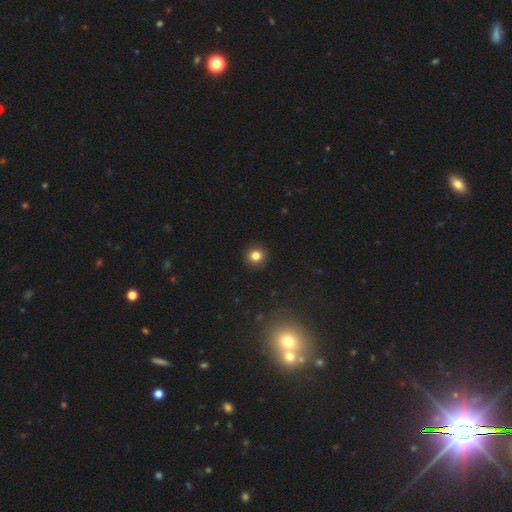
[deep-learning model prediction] Morphology: type=smooth (83%); roundness=round (90%); merging=none (91%).